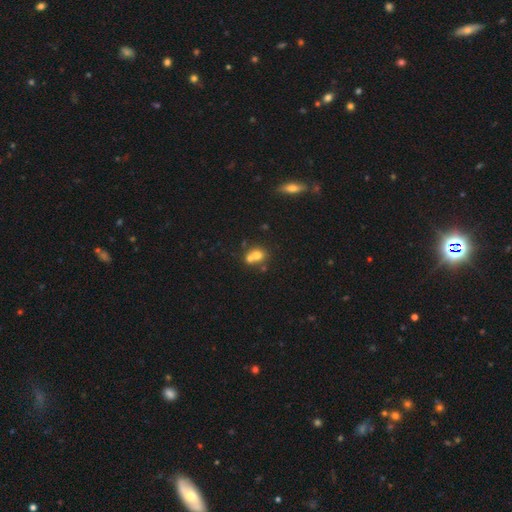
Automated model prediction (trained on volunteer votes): This appears to be a smooth galaxy with no disk features (70%) that is round (72%). Merging: merger (53%).